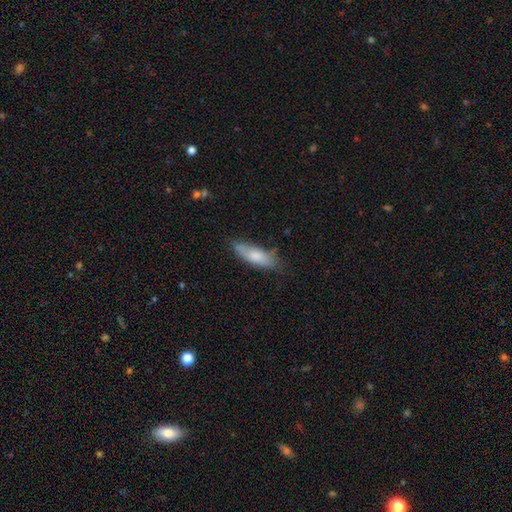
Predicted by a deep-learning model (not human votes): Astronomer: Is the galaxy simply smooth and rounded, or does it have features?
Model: smooth — 77%.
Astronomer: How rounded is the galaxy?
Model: in between — 58% (runner-up: cigar-shaped, 41%).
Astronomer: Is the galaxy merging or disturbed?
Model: none — 65%.